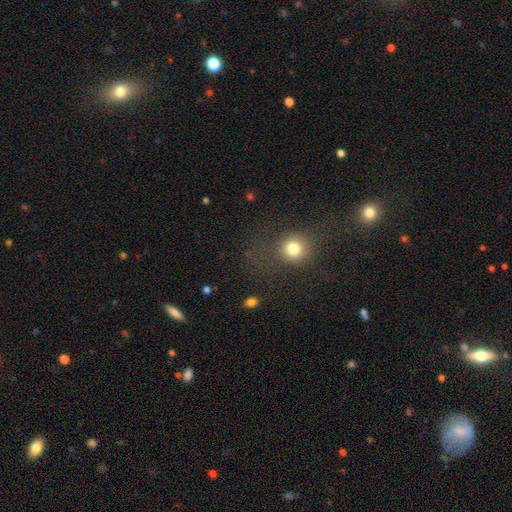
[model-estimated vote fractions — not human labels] smooth 59%, star or artifact 31%, featured or disk 10%. Down the decision tree: how rounded — round (79%); merging — none (64%).